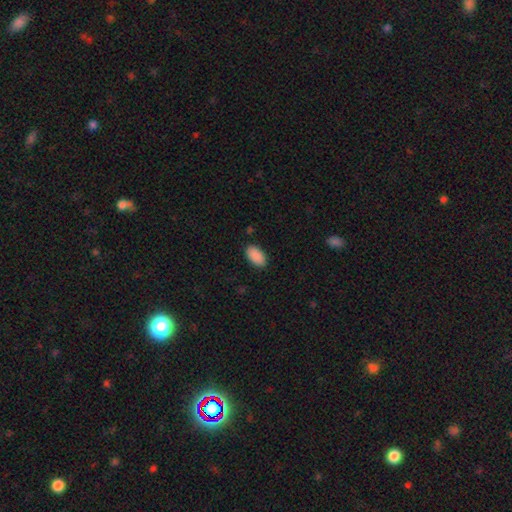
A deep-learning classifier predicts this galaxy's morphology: Smooth or featured?
  - smooth: 91% *
  - star or artifact: 7%
  - featured or disk: 3%
How rounded?
  - in between: 95% *
  - round: 3%
  - cigar-shaped: 2%
Merging?
  - none: 88% *
  - minor disturbance: 9%
  - major disturbance: 2%
  - merger: 1%